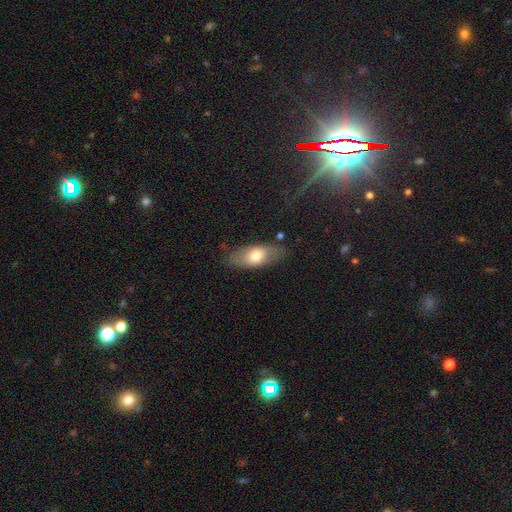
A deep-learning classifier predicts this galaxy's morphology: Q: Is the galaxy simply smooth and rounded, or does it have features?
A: smooth — 69%.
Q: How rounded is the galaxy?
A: in between — 82%.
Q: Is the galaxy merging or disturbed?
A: none — 79%.